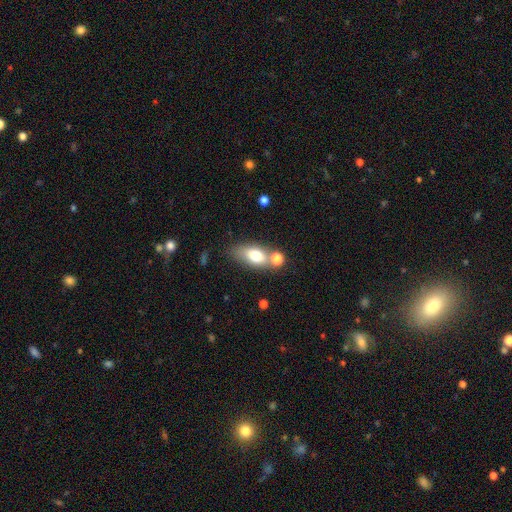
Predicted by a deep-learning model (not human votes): Smooth or featured?
  - smooth: 71% *
  - featured or disk: 20%
  - star or artifact: 9%
How rounded?
  - in between: 80% *
  - cigar-shaped: 12%
  - round: 8%
Merging?
  - none: 55% *
  - merger: 24%
  - minor disturbance: 16%
  - major disturbance: 6%